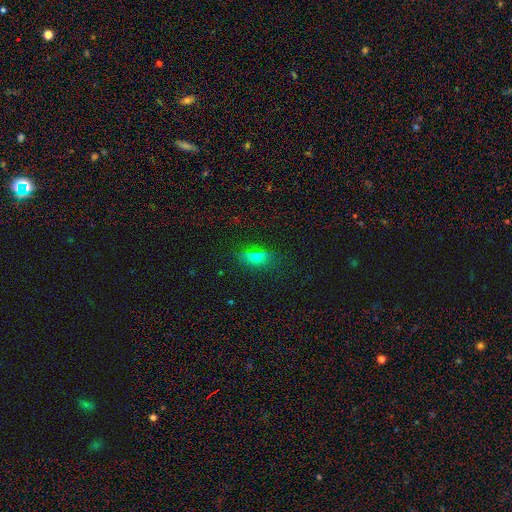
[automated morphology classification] Q: Smooth or featured?
A: smooth (64%); runner-up: star or artifact (19%)
Q: How rounded?
A: in between (73%); runner-up: cigar-shaped (14%)
Q: Merging?
A: none (78%); runner-up: minor disturbance (15%)